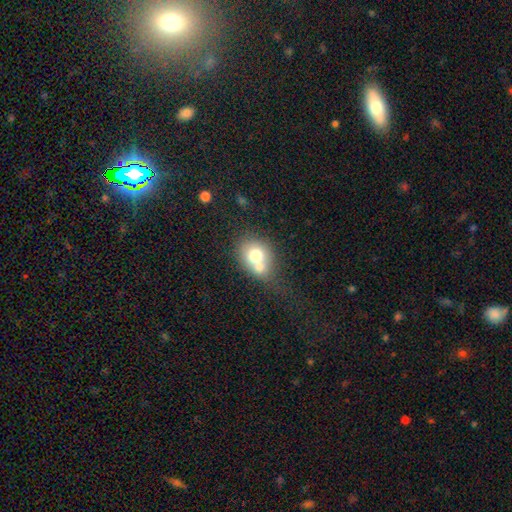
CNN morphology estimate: A smooth galaxy with no disk features (69%) that is round (60%). Merging: merger (56%).